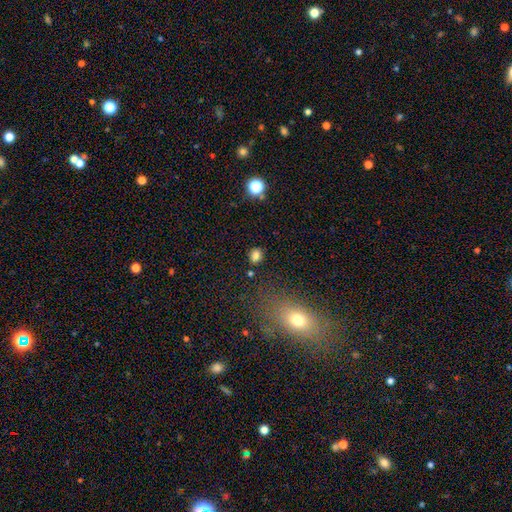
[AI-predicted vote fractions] Overall: smooth (81%). How rounded: round (54%; in between 45%). Merging: none (85%).